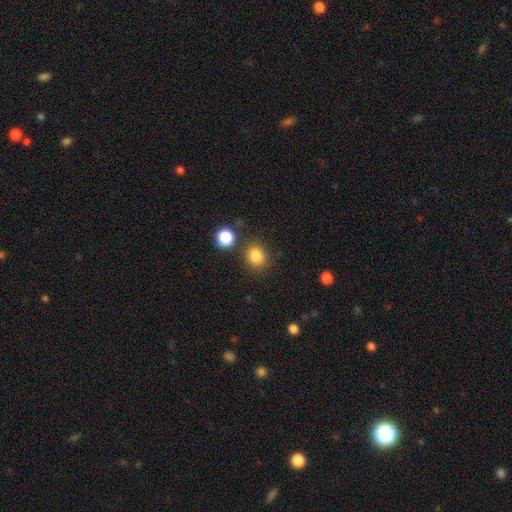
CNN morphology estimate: This appears to be a smooth galaxy with no disk features (83%) that is round (78%). Merging: none (81%).